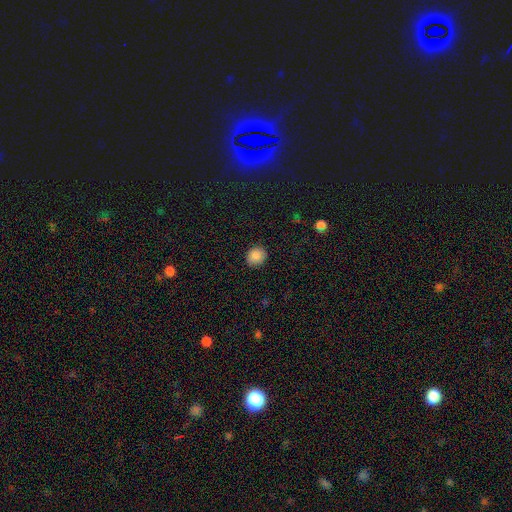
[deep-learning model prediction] Smooth or featured?
  - smooth: 87% *
  - star or artifact: 9%
  - featured or disk: 4%
How rounded?
  - round: 83% *
  - in between: 16%
  - cigar-shaped: 1%
Merging?
  - none: 89% *
  - minor disturbance: 8%
  - major disturbance: 2%
  - merger: 1%